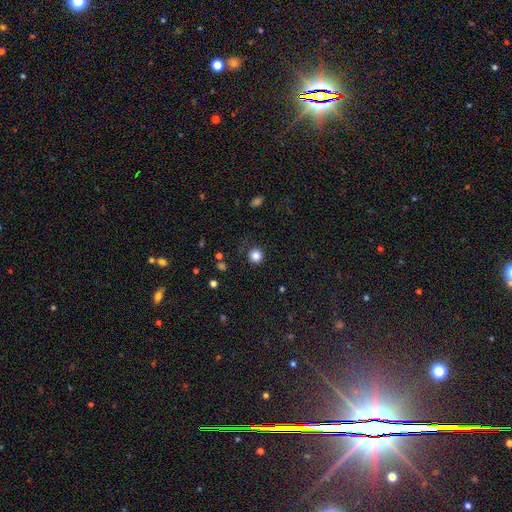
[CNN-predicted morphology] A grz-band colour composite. It shows a smooth galaxy with no disk features (84%) that is round (95%). Merging: none (87%).